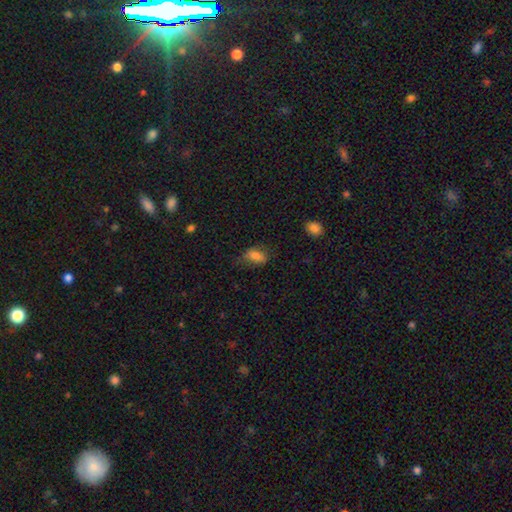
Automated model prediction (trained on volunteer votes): Morphology: type=smooth (81%); roundness=in between (87%); merging=none (60%).